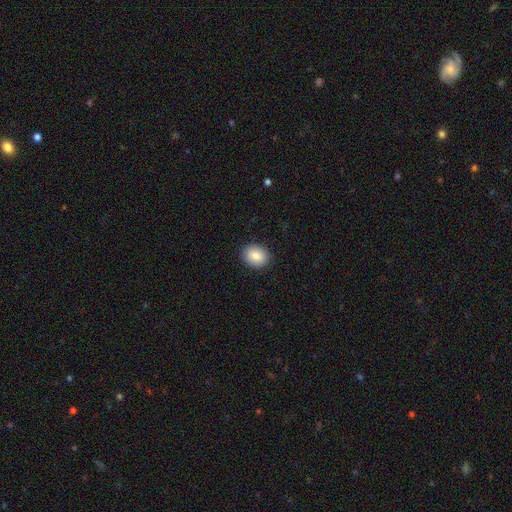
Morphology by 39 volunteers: smooth-or-featured: smooth: 92% | featured or disk: 8% | star or artifact: 0%
  how-rounded: round: 56% | in between: 42% | cigar-shaped: 3%
  merging: none: 85% | minor disturbance: 10% | major disturbance: 3% | merger: 3%